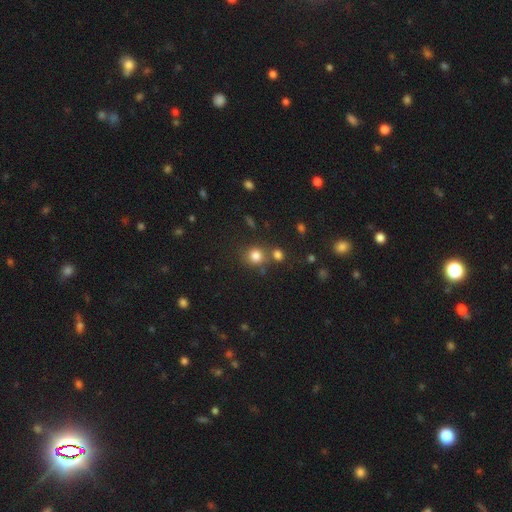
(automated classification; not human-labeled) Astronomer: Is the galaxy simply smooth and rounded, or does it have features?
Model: smooth — 79%.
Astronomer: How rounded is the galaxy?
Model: round — 83%.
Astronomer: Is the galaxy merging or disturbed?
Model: none — 66%.